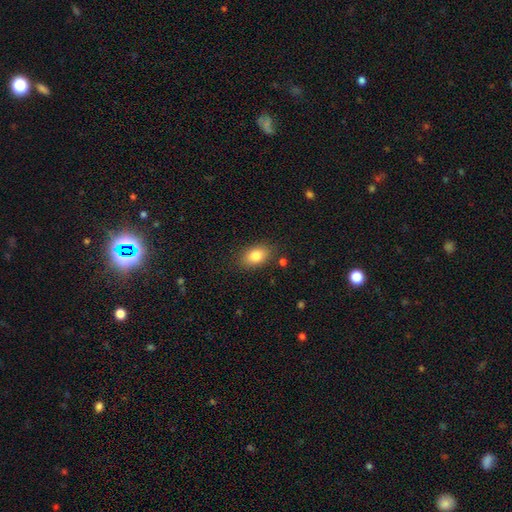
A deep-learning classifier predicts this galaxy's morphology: smooth 83%, featured or disk 9%, star or artifact 8%. Down the decision tree: how rounded — in between (85%); merging — none (84%).